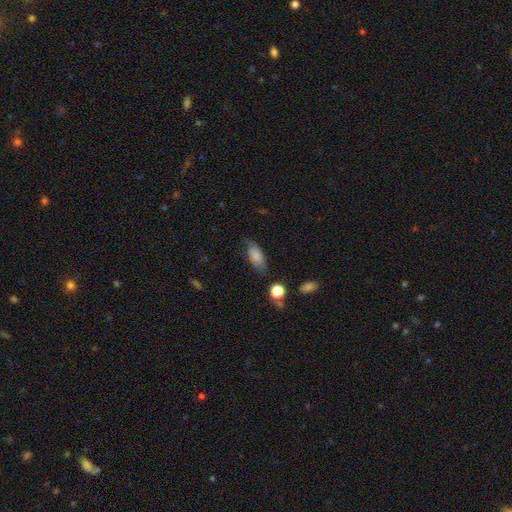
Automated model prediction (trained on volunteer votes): Smooth or featured? smooth (71%)
How rounded? in between (87%)
Merging? none (61%)